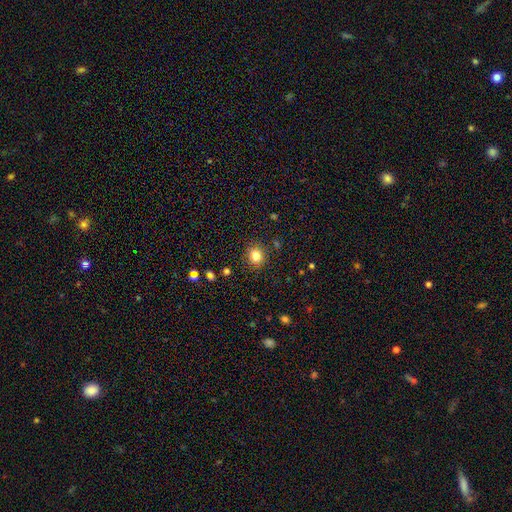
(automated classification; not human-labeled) This is clearly a smooth galaxy (81%). How rounded: clearly round (84%). Merging: clearly none (88%).